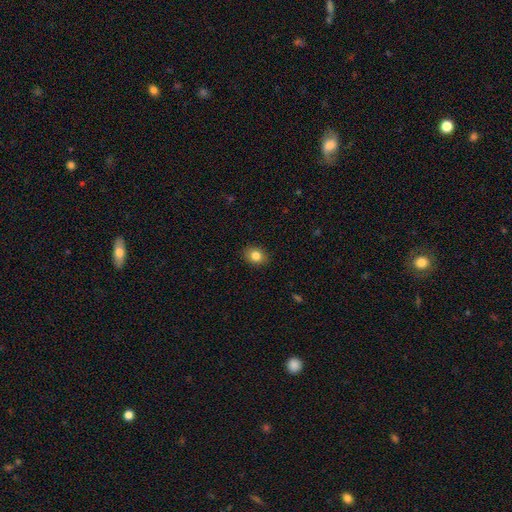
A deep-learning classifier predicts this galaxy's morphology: type=smooth (83%); roundness=in between (50%); merging=none (89%).